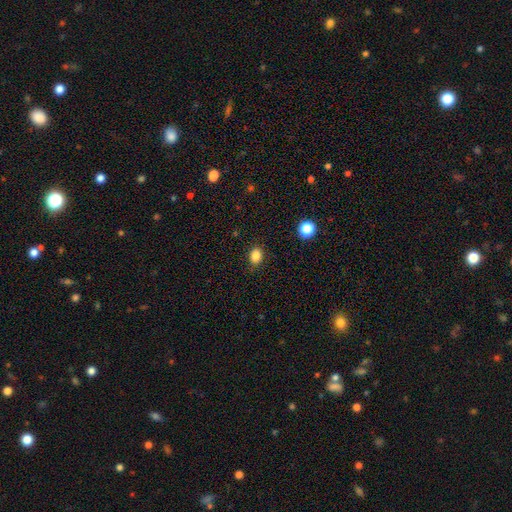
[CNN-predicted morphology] Q: Smooth or featured?
A: smooth (85%); runner-up: star or artifact (11%)
Q: How rounded?
A: in between (63%); runner-up: round (36%)
Q: Merging?
A: none (88%); runner-up: minor disturbance (9%)